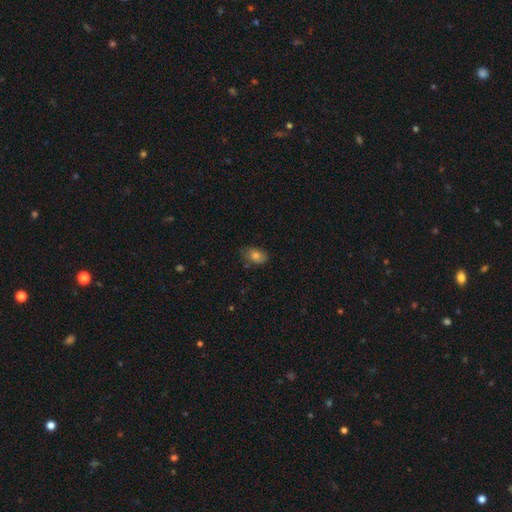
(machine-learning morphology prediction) A smooth galaxy with no disk features (78%) that is in between round and cigar-shaped (86%). Merging: none (67%).